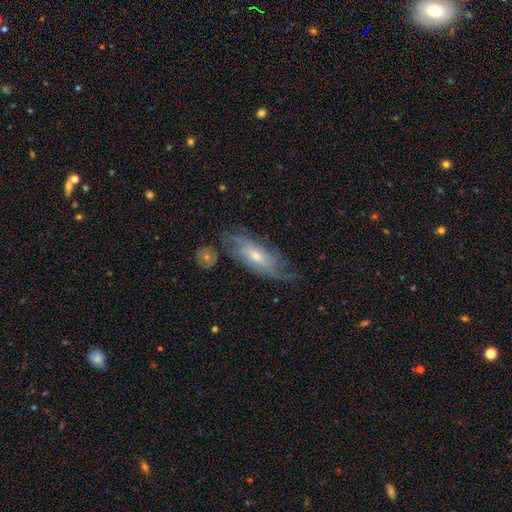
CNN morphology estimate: This appears to be a featured or disk galaxy (75%) with no bar (55%), tight (47%) spiral arms (90%) and a moderate central bulge (49%). Merging: none (66%).